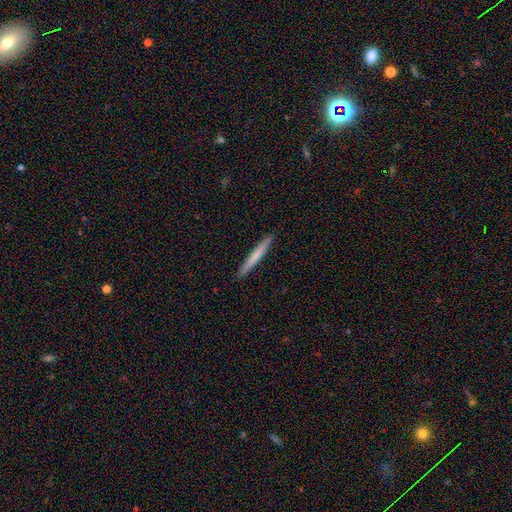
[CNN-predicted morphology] The model was most divided on "smooth or featured": smooth: 68%, featured or disk: 27%, star or artifact: 5%. More confident: how rounded — cigar-shaped (97%); merging — none (92%).